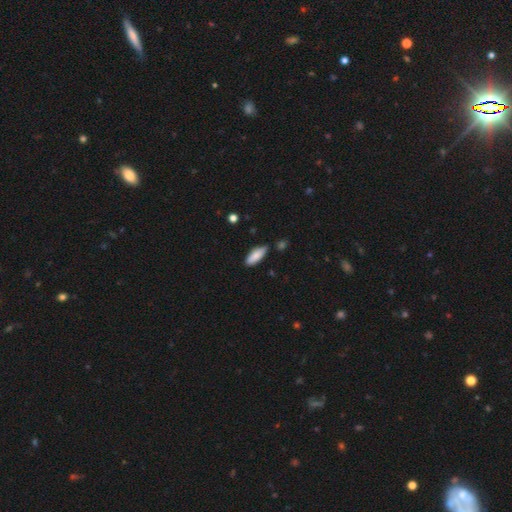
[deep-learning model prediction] Q: Smooth or featured?
A: smooth (84%); runner-up: featured or disk (10%)
Q: How rounded?
A: in between (69%); runner-up: cigar-shaped (29%)
Q: Merging?
A: none (81%); runner-up: minor disturbance (14%)